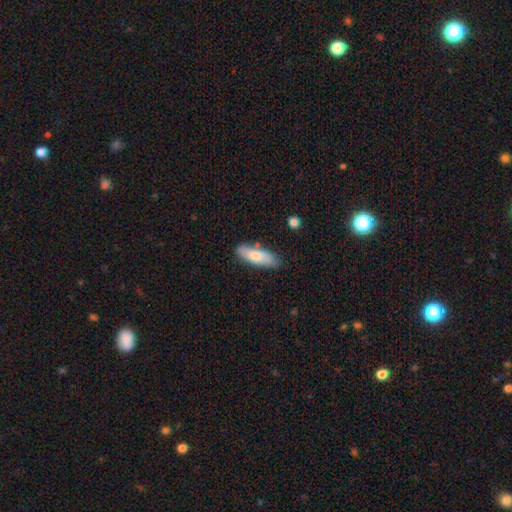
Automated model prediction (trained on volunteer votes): Smooth or featured? smooth (70%)
How rounded? in between (59%)
Merging? none (75%)